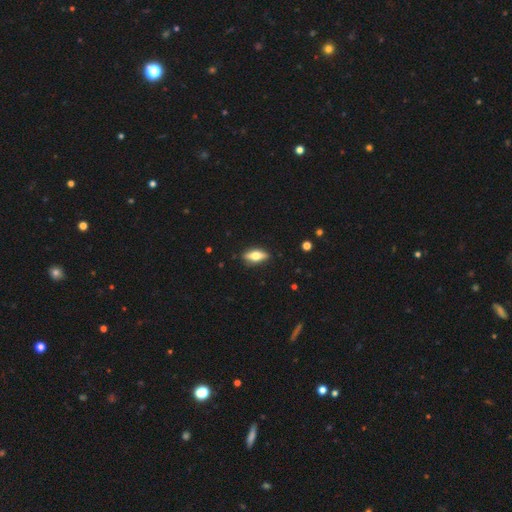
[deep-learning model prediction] Overall: smooth (57%; featured or disk 37%). How rounded: in between (72%). Merging: none (86%).